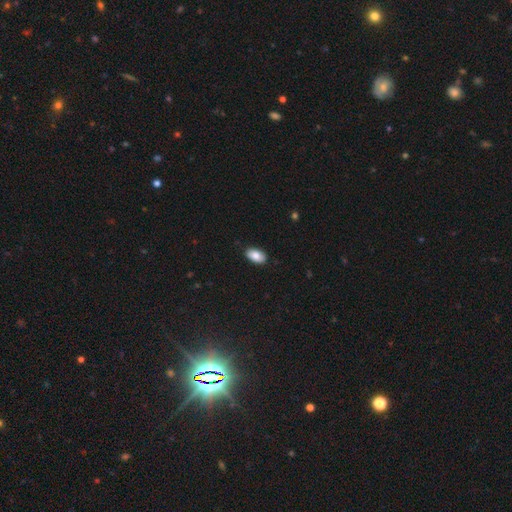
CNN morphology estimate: smooth-or-featured: smooth: 85% | featured or disk: 8% | star or artifact: 7%
  how-rounded: in between: 94% | round: 5% | cigar-shaped: 2%
  merging: none: 88% | minor disturbance: 9% | major disturbance: 2% | merger: 1%